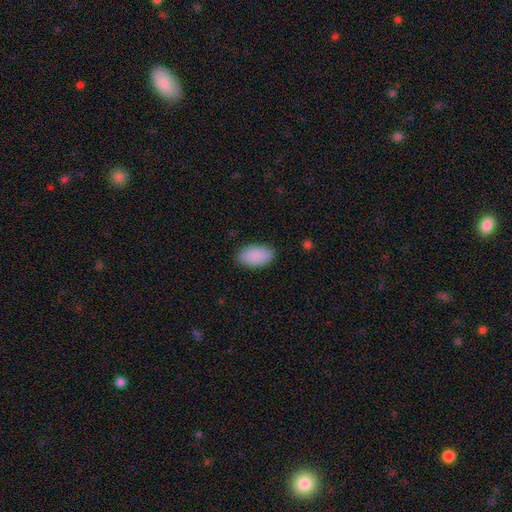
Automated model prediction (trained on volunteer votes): The model was most divided on "merging": none: 86%, minor disturbance: 11%, major disturbance: 2%, merger: 1%. More confident: how rounded — in between (95%); smooth or featured — smooth (90%).